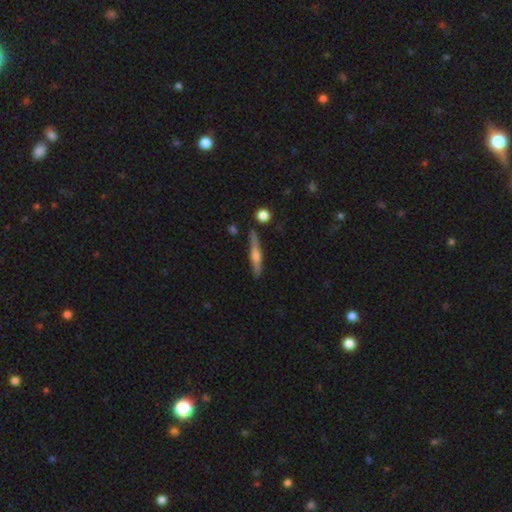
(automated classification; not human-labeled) Morphology: type=featured or disk (64%); edge-on=yes (97%); edge-on bulge=rounded (86%); merging=none (86%).